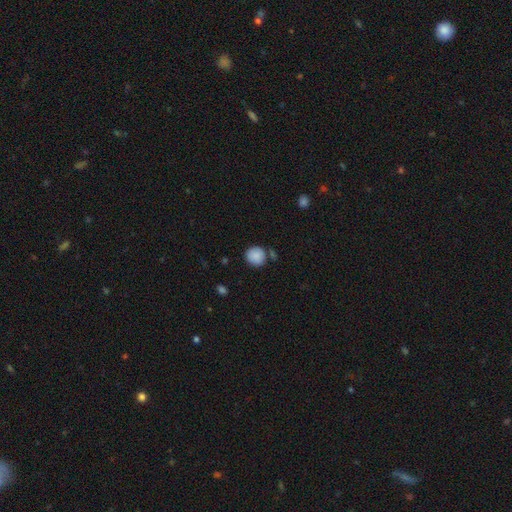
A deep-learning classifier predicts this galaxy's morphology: smooth-or-featured: smooth: 87% | star or artifact: 8% | featured or disk: 5%
  how-rounded: round: 89% | in between: 10% | cigar-shaped: 1%
  merging: none: 75% | minor disturbance: 13% | merger: 8% | major disturbance: 3%